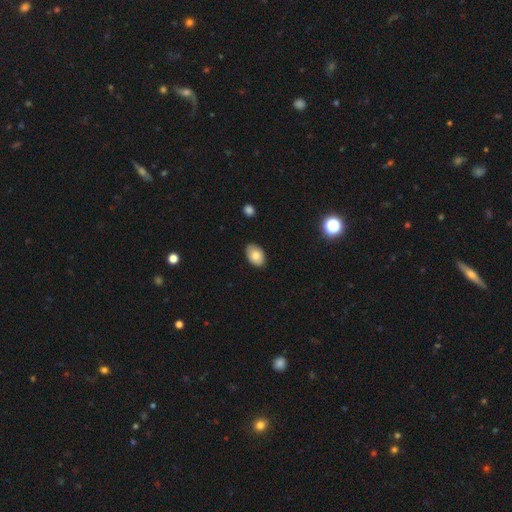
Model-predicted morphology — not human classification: A smooth galaxy with no disk features (78%) that is in between round and cigar-shaped (87%).

Vote fractions:
- Smooth or featured? smooth: 78% / featured or disk: 14% / star or artifact: 8%
- How rounded? in between: 87% / round: 12% / cigar-shaped: 1%
- Merging? none: 85% / minor disturbance: 12% / major disturbance: 2% / merger: 1%